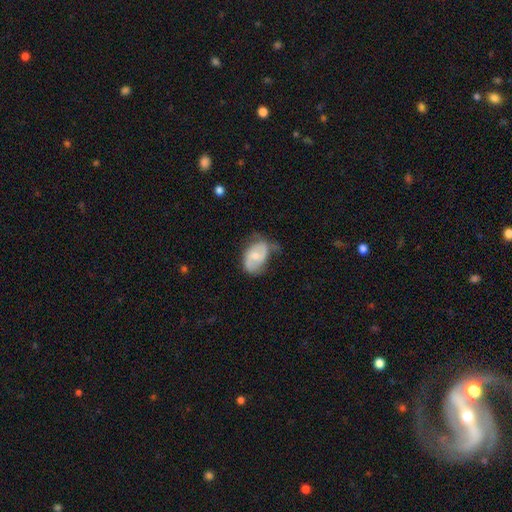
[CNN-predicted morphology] Smooth or featured? Predicted: featured or disk (p=0.52). Edge-on disk? Predicted: no (p=0.96). Bar? Predicted: no (p=0.53). Spiral arms? Predicted: yes (p=0.74). Bulge size? Predicted: moderate (p=0.47). Merging? Predicted: none (p=0.42).